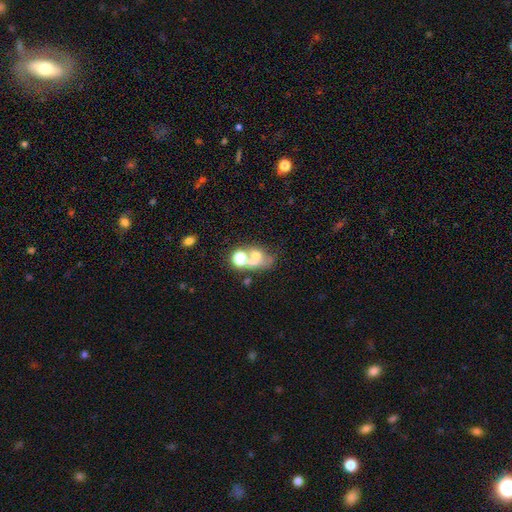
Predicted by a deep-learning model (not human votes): Smooth or featured? smooth (47%)
Merging? merger (48%)